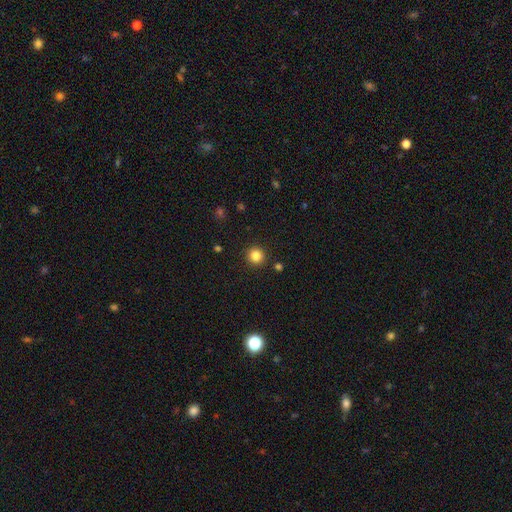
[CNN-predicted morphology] A smooth galaxy with no disk features (83%) that is round (95%). Merging: none (92%).